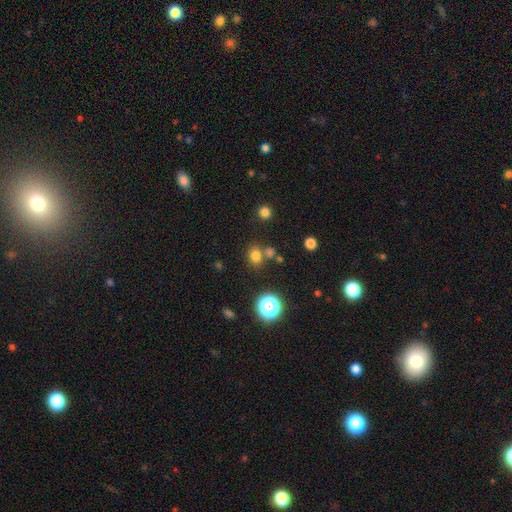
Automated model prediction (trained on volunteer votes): Smooth or featured?
  - smooth: 74% *
  - star or artifact: 19%
  - featured or disk: 6%
How rounded?
  - round: 62% *
  - in between: 37%
  - cigar-shaped: 1%
Merging?
  - none: 69% *
  - merger: 17%
  - minor disturbance: 10%
  - major disturbance: 4%